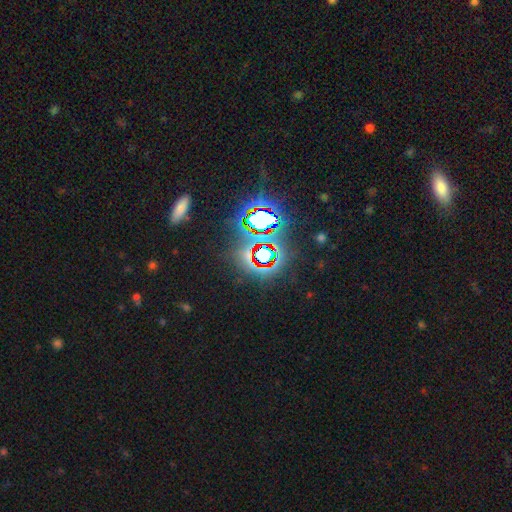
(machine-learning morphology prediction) Smooth or featured? star or artifact (78%)